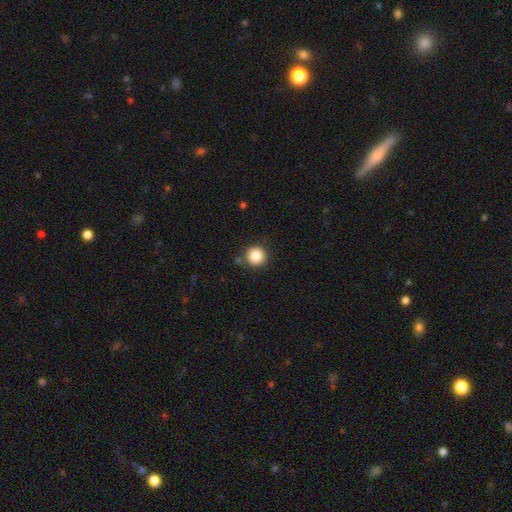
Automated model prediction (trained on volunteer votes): Smooth or featured? Predicted: smooth (p=0.86). How rounded? Predicted: round (p=0.95). Merging? Predicted: none (p=0.86).